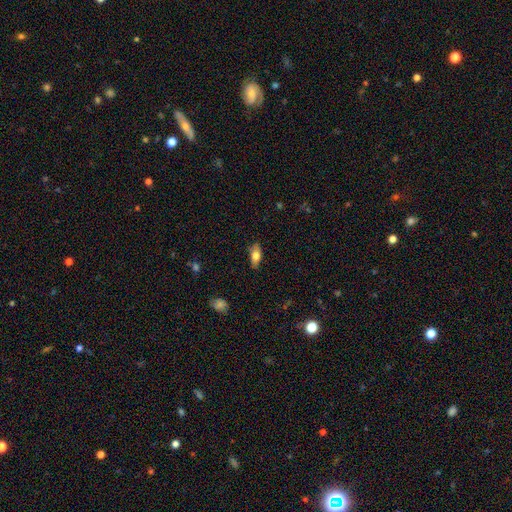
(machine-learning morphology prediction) smooth 69%, featured or disk 24%, star or artifact 7%. Down the decision tree: how rounded — in between (81%); merging — none (84%).